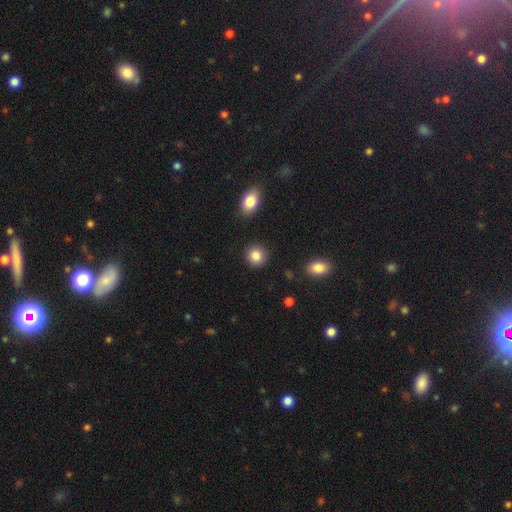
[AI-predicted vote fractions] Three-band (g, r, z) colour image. It shows a smooth galaxy with no disk features (87%) that is round (87%). Merging: none (90%).